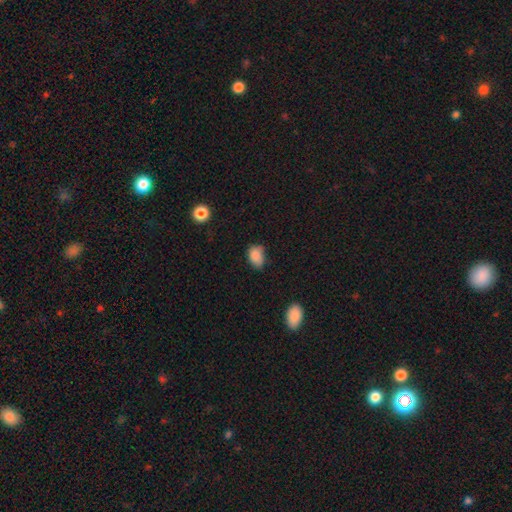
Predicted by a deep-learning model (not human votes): Overall: smooth (86%). How rounded: in between (82%). Merging: none (54%; minor disturbance 37%).